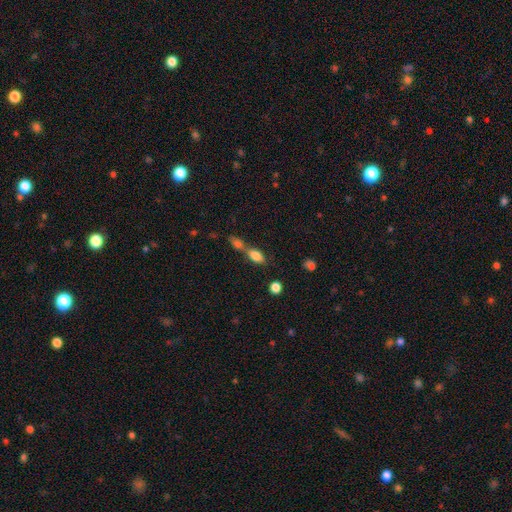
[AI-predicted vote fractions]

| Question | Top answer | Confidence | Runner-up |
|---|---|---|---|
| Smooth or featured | smooth | 80% | featured or disk (11%) |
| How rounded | in between | 83% | cigar-shaped (10%) |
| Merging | merger | 55% | none (33%) |